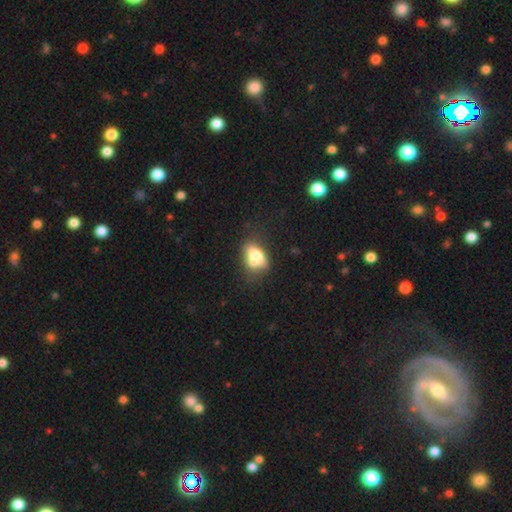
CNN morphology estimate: Smooth or featured? Predicted: smooth (p=0.65). How rounded? Predicted: in between (p=0.77). Merging? Predicted: merger (p=0.38).